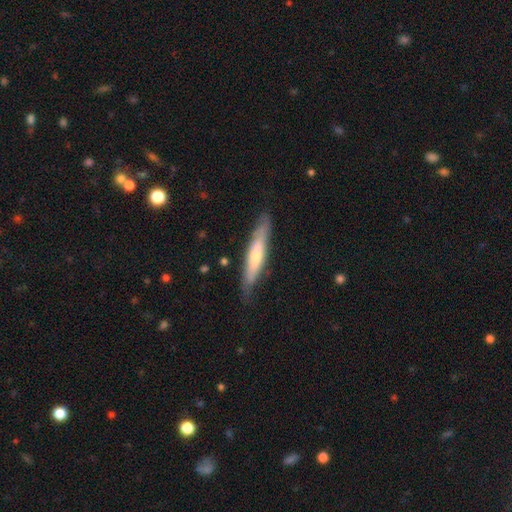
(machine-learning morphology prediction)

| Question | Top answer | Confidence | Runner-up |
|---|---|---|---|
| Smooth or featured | smooth | 50% | featured or disk (45%) |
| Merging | none | 78% | minor disturbance (17%) |